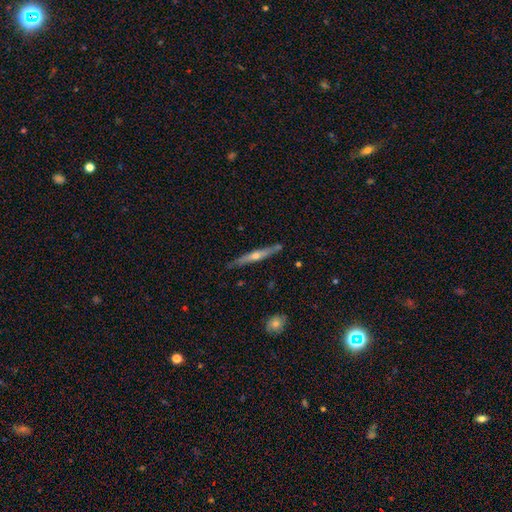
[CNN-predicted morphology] Smooth or featured?
  - featured or disk: 62% *
  - smooth: 32%
  - star or artifact: 6%
Edge-on disk?
  - yes: 94% *
  - no: 6%
Edge-on bulge?
  - rounded: 81% *
  - none: 15%
  - boxy: 3%
Merging?
  - none: 81% *
  - minor disturbance: 14%
  - merger: 3%
  - major disturbance: 2%